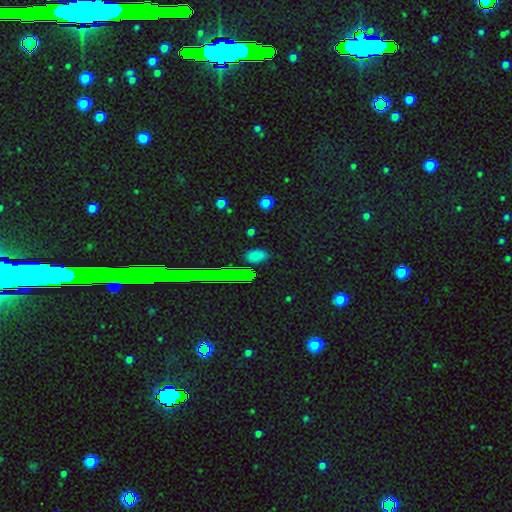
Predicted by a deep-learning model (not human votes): This appears to be a smooth galaxy with no disk features (60%) that is in between round and cigar-shaped (69%). Merging: none (83%).